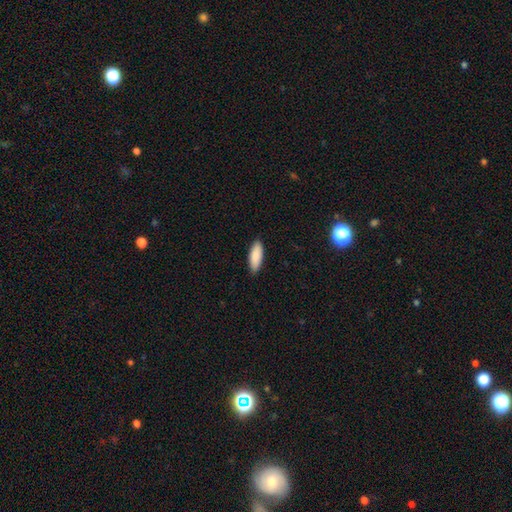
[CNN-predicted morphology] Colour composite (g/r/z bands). It shows a smooth galaxy with no disk features (89%) that is in between round and cigar-shaped (71%). Merging: none (88%).